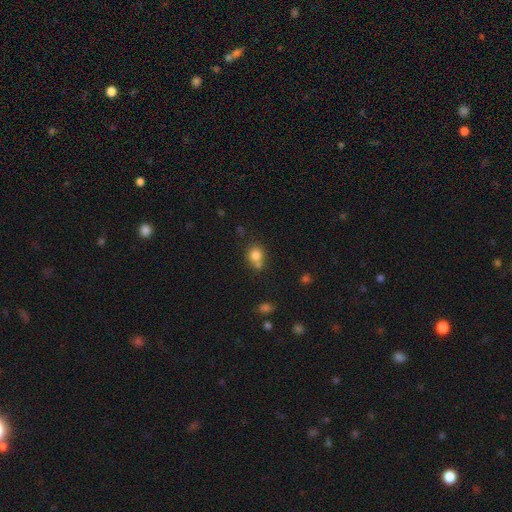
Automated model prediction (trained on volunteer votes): smooth_or_featured: smooth (p=0.80) [alt: star or artifact p=0.11]
how_rounded: round (p=0.71) [alt: in between p=0.28]
merging: none (p=0.49) [alt: merger p=0.31]